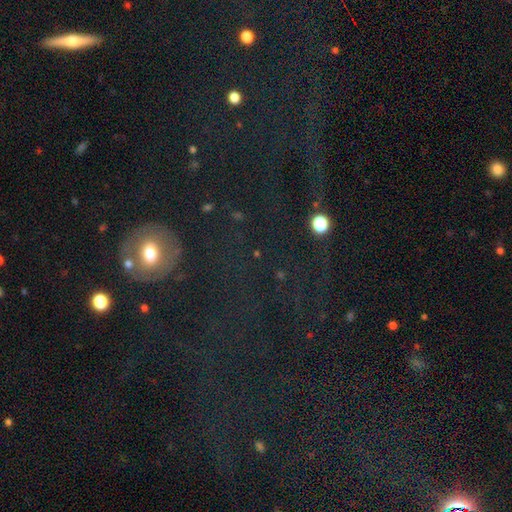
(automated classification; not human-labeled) Smooth or featured? Predicted: star or artifact (p=0.59).